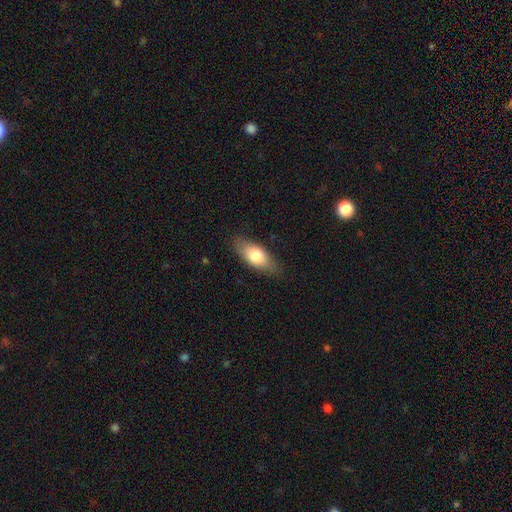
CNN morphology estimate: This is likely a smooth galaxy (76%). How rounded: clearly in between (84%). Merging: clearly none (82%).